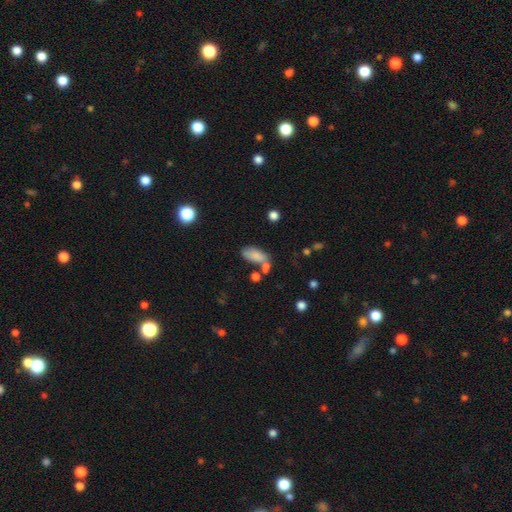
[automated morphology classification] type=smooth (81%); roundness=in between (89%); merging=none (46%).